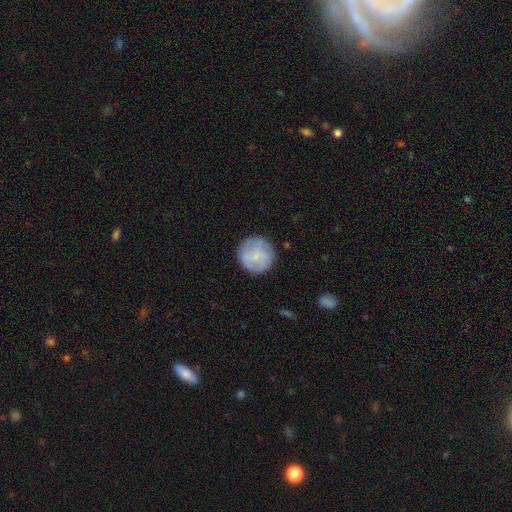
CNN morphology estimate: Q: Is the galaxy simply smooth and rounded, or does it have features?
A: smooth — 67%.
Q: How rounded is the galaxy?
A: round — 95%.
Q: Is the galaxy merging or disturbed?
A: none — 83%.